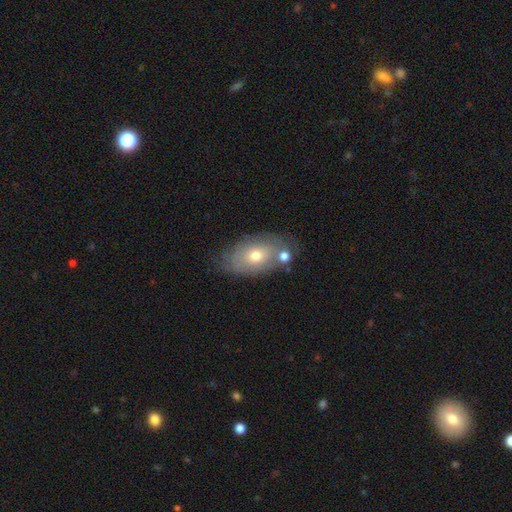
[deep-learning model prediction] smooth_or_featured: smooth (p=0.58) [alt: featured or disk p=0.33]
how_rounded: in between (p=0.88) [alt: round p=0.10]
merging: none (p=0.60) [alt: minor disturbance p=0.20]